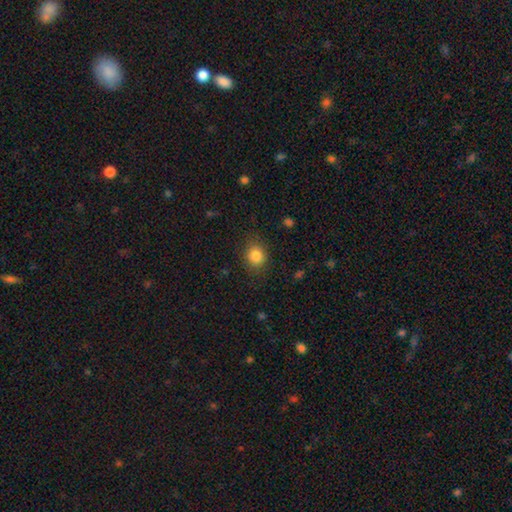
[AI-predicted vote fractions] smooth_or_featured: smooth (p=0.85) [alt: star or artifact p=0.10]
how_rounded: round (p=0.68) [alt: in between p=0.31]
merging: none (p=0.81) [alt: minor disturbance p=0.13]